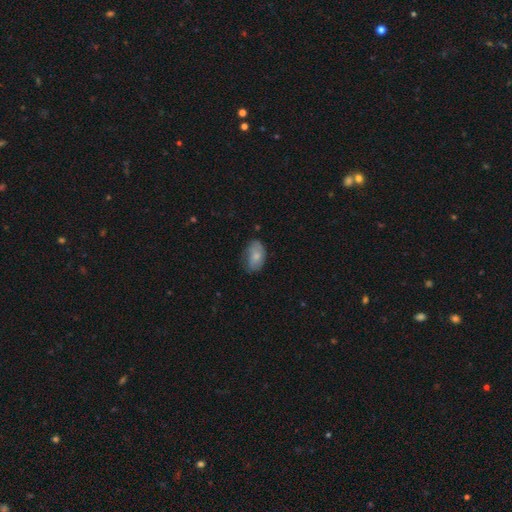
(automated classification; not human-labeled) smooth-or-featured: smooth: 71% | featured or disk: 22% | star or artifact: 7%
  how-rounded: in between: 90% | round: 8% | cigar-shaped: 2%
  merging: none: 61% | minor disturbance: 30% | major disturbance: 8% | merger: 1%